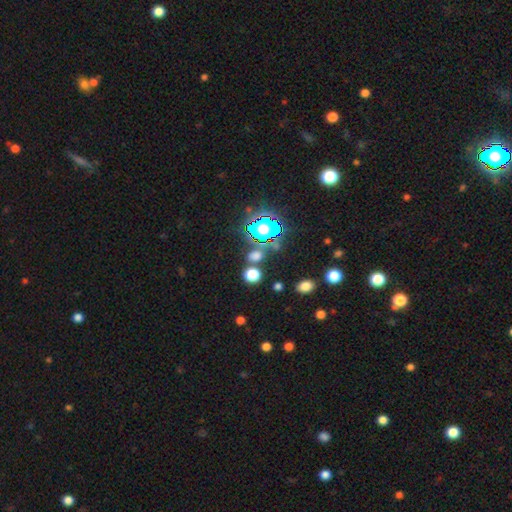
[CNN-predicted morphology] smooth_or_featured: smooth (p=0.53) [alt: star or artifact p=0.40]
how_rounded: round (p=0.71) [alt: in between p=0.27]
merging: none (p=0.76) [alt: merger p=0.11]